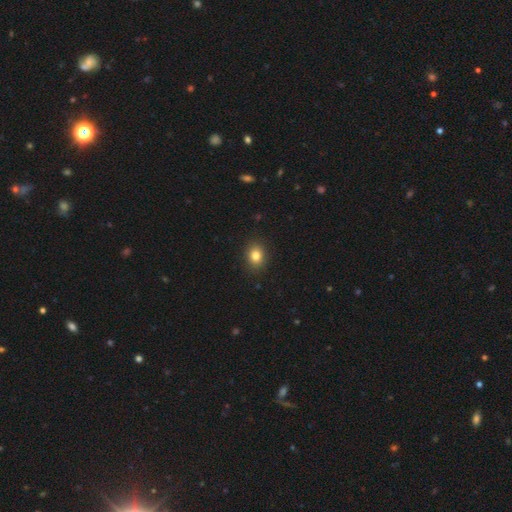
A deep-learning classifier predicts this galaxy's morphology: Smooth or featured: smooth — 82% (star or artifact — 11%)
How rounded: round — 55% (in between — 44%)
Merging: none — 90% (minor disturbance — 7%)